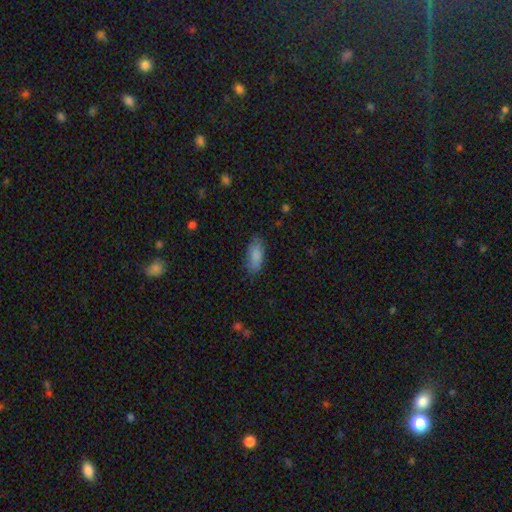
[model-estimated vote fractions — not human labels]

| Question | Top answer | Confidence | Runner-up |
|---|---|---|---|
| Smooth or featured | smooth | 86% | featured or disk (7%) |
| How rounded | in between | 85% | cigar-shaped (13%) |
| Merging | none | 77% | minor disturbance (17%) |